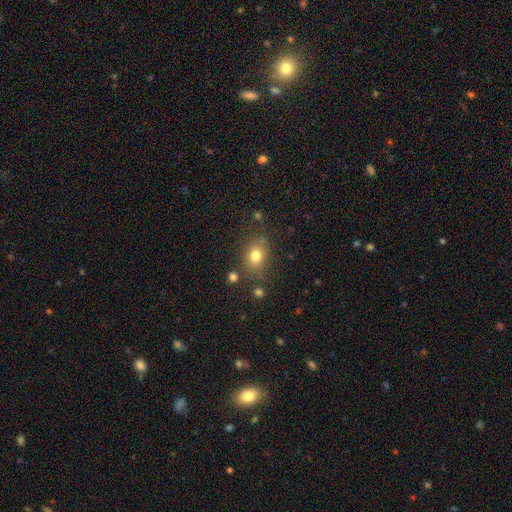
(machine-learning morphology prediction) smooth_or_featured: smooth (p=0.78) [alt: star or artifact p=0.13]
how_rounded: in between (p=0.51) [alt: round p=0.48]
merging: none (p=0.74) [alt: minor disturbance p=0.16]